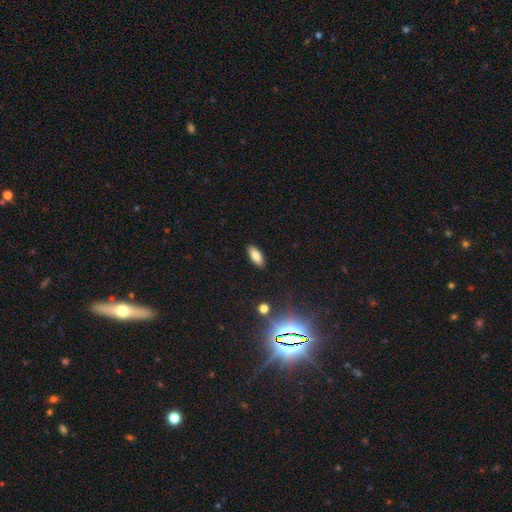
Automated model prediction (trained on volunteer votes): A smooth galaxy with no disk features (80%) that is in between round and cigar-shaped (79%).

Vote fractions:
- Smooth or featured? smooth: 80% / featured or disk: 11% / star or artifact: 10%
- How rounded? in between: 79% / cigar-shaped: 18% / round: 2%
- Merging? none: 89% / minor disturbance: 8% / major disturbance: 2% / merger: 1%